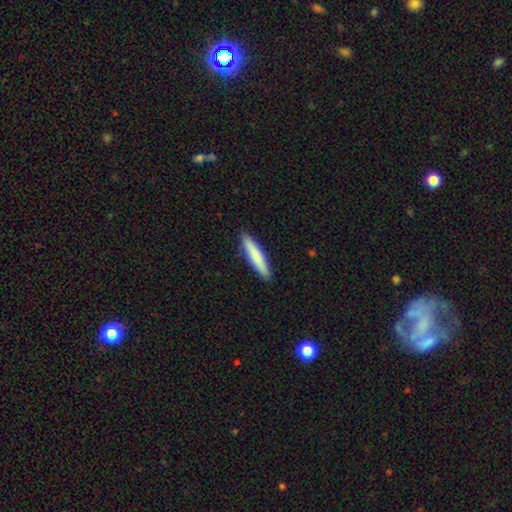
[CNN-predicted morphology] The model was most divided on "smooth or featured": smooth: 80%, featured or disk: 15%, star or artifact: 5%. More confident: merging — none (91%); how rounded — cigar-shaped (91%).